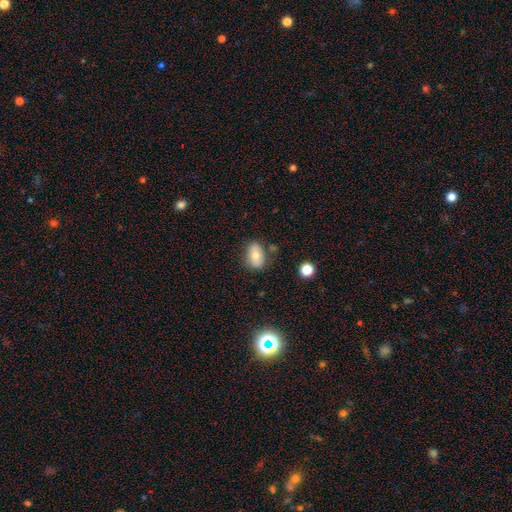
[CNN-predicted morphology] smooth_or_featured: smooth (p=0.73) [alt: featured or disk p=0.18]
how_rounded: in between (p=0.85) [alt: round p=0.14]
merging: none (p=0.71) [alt: minor disturbance p=0.20]